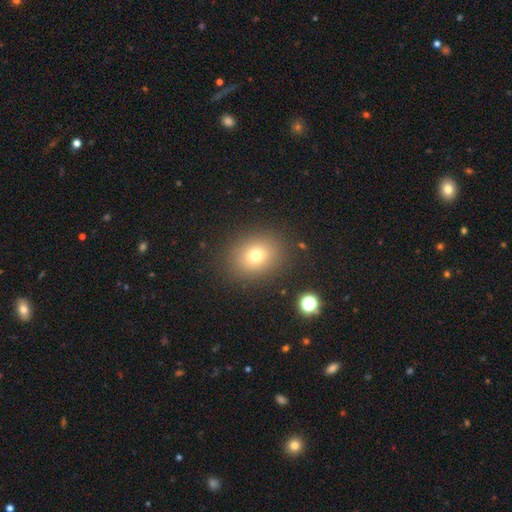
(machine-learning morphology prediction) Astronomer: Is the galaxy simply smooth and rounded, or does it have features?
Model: smooth — 74%.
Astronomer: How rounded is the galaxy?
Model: round — 58% (runner-up: in between, 41%).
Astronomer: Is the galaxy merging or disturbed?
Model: none — 86%.